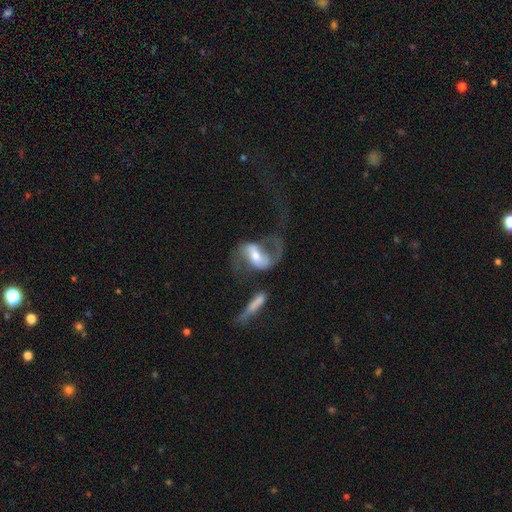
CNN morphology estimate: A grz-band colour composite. It shows a featured or disk galaxy (78%) with a strong bar (44%), 2 (82%) loose (65%) spiral arms (87%) and a moderate central bulge (61%). Merging: major disturbance (37%).